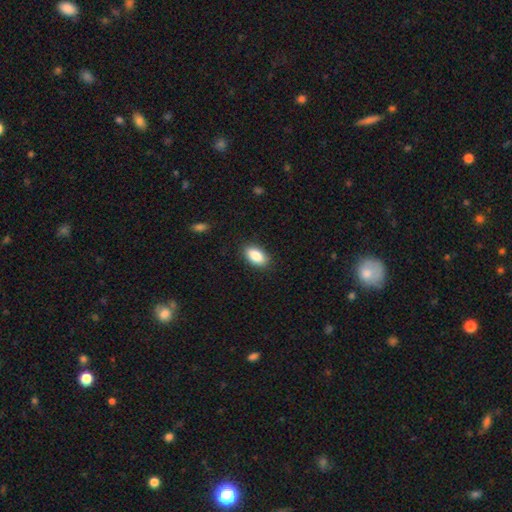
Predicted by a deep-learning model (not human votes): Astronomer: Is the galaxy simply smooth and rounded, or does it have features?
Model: smooth — 88%.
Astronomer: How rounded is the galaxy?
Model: in between — 93%.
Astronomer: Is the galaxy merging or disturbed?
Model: none — 88%.